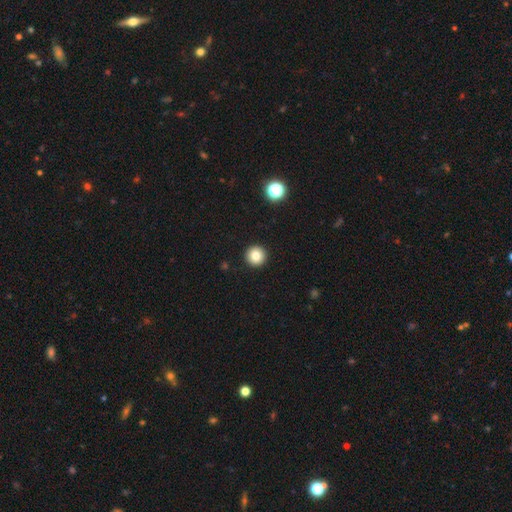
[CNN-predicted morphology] The model was most divided on "smooth or featured": smooth: 82%, star or artifact: 11%, featured or disk: 7%. More confident: how rounded — round (96%); merging — none (94%).